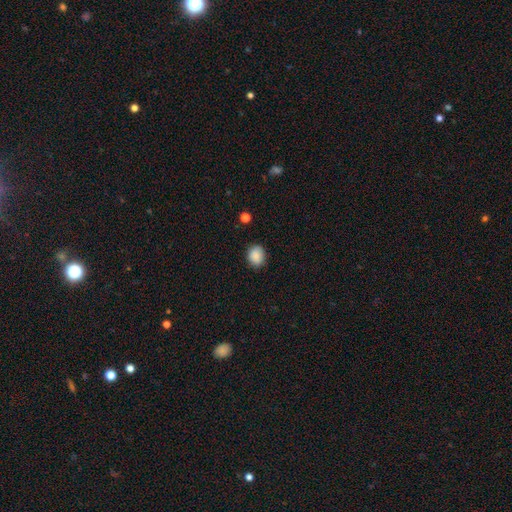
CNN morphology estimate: Smooth or featured: smooth — 88% (star or artifact — 9%)
How rounded: round — 65% (in between — 34%)
Merging: none — 85% (minor disturbance — 11%)